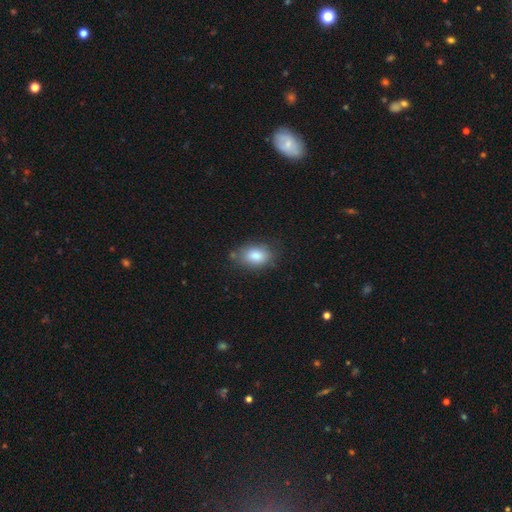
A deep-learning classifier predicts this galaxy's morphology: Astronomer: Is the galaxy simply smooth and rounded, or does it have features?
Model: smooth — 85%.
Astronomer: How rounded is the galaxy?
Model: in between — 85%.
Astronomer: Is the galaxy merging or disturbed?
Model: none — 72%.